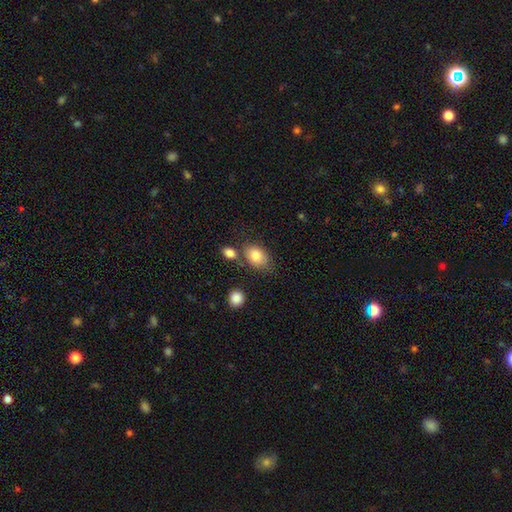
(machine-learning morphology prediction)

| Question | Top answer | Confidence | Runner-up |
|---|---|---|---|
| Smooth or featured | smooth | 82% | featured or disk (10%) |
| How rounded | in between | 79% | round (20%) |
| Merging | none | 61% | minor disturbance (18%) |